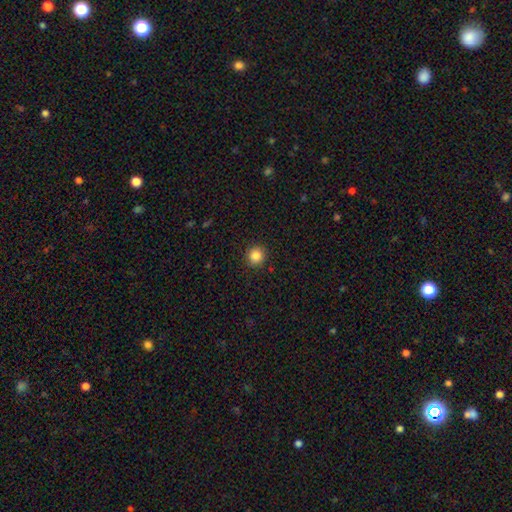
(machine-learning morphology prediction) Smooth or featured? Predicted: smooth (p=0.85). How rounded? Predicted: round (p=0.94). Merging? Predicted: none (p=0.92).